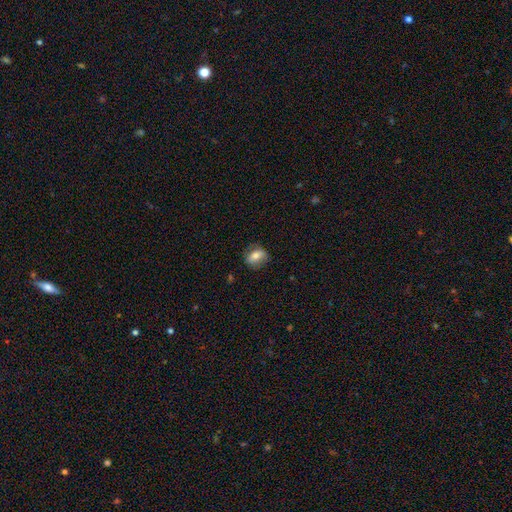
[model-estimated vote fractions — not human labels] Smooth or featured?
  - smooth: 66% *
  - featured or disk: 25%
  - star or artifact: 9%
How rounded?
  - in between: 58% *
  - round: 39%
  - cigar-shaped: 3%
Merging?
  - none: 75% *
  - minor disturbance: 18%
  - major disturbance: 5%
  - merger: 1%